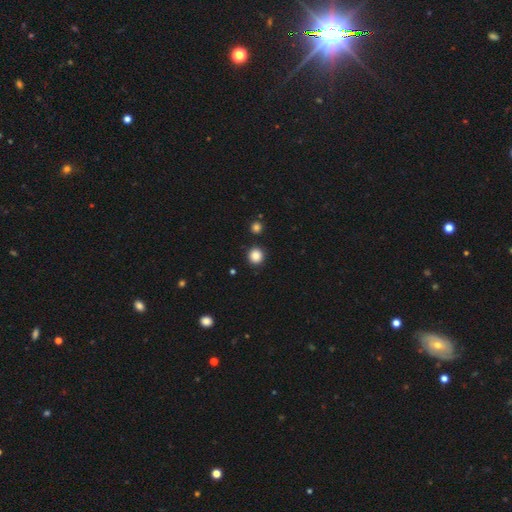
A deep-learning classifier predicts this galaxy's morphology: Smooth or featured: smooth — 86% (star or artifact — 10%)
How rounded: round — 91% (in between — 8%)
Merging: none — 89% (minor disturbance — 6%)